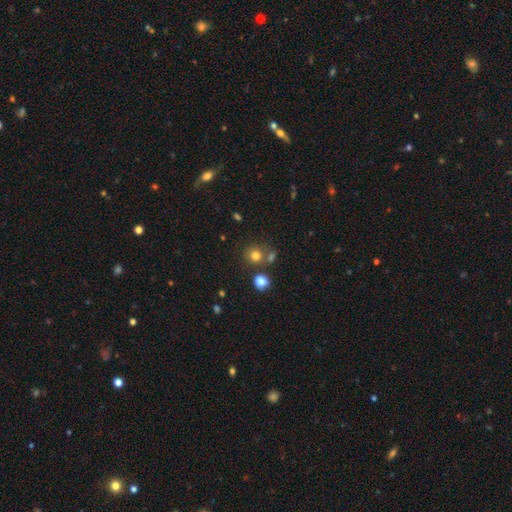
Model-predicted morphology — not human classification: The model was most divided on "merging": none: 67%, merger: 19%, minor disturbance: 10%, major disturbance: 4%. More confident: how rounded — round (86%); smooth or featured — smooth (77%).